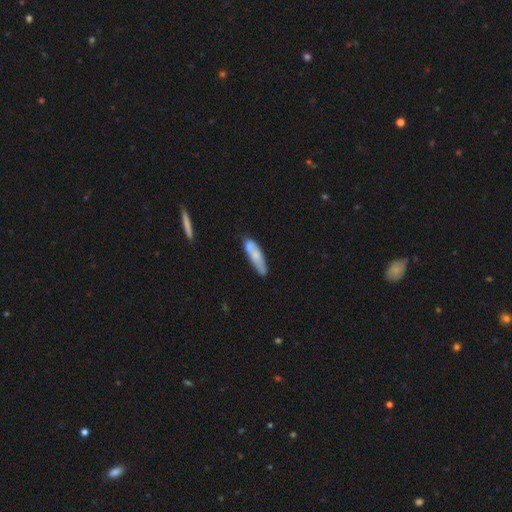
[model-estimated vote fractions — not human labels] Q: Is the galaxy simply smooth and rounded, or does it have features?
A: smooth — 68%.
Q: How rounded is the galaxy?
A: cigar-shaped — 66%.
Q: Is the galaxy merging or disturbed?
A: none — 57%.